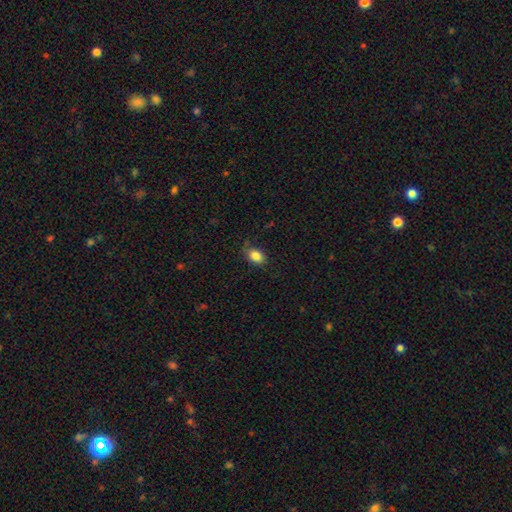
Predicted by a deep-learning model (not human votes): Morphology: type=smooth (84%); roundness=in between (81%); merging=none (75%).